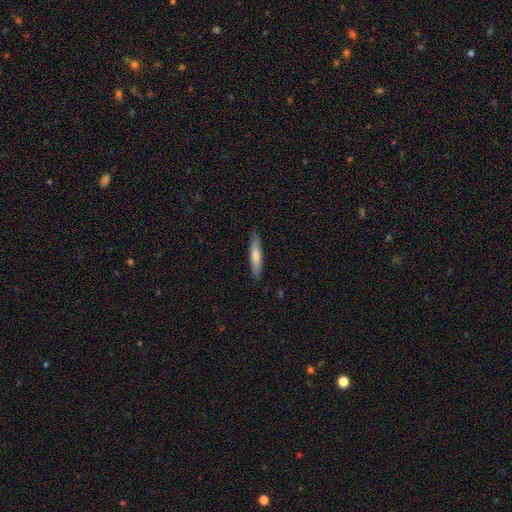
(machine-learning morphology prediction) Smooth or featured? smooth (71%)
How rounded? cigar-shaped (84%)
Merging? none (86%)